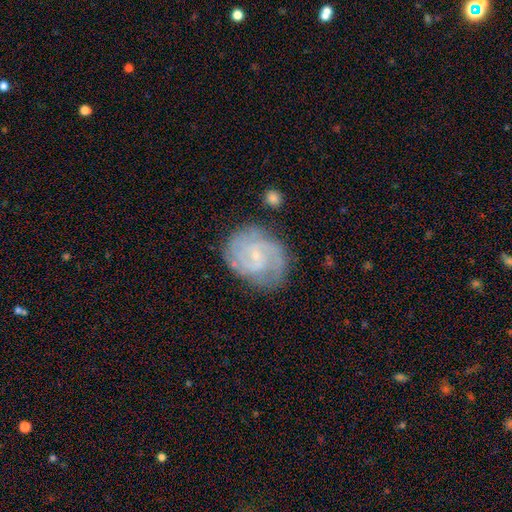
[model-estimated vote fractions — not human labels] Smooth or featured: featured or disk — 84% (smooth — 10%)
Edge-on disk: no — 98% (yes — 2%)
Bar: no — 52% (weak — 42%)
Spiral arms: yes — 96% (no — 4%)
Spiral winding: tight — 51% (medium — 39%)
Spiral arm count: 2 — 46% (can't tell — 20%)
Bulge size: small — 81% (moderate — 13%)
Merging: none — 74% (minor disturbance — 18%)